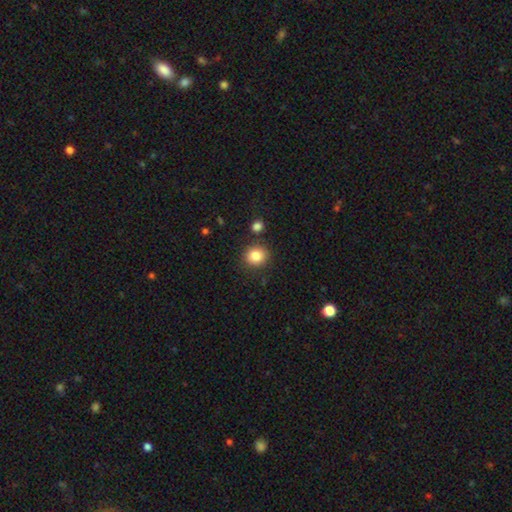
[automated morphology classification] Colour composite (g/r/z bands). It shows a smooth galaxy with no disk features (84%) that is round (83%). Merging: none (84%).